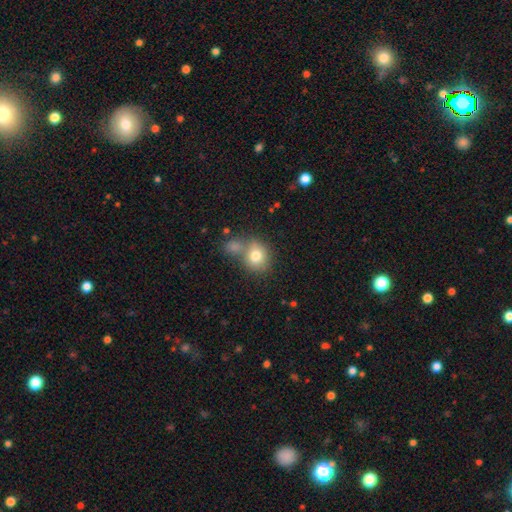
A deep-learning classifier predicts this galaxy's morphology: Smooth or featured? smooth (77%)
How rounded? round (70%)
Merging? none (50%)